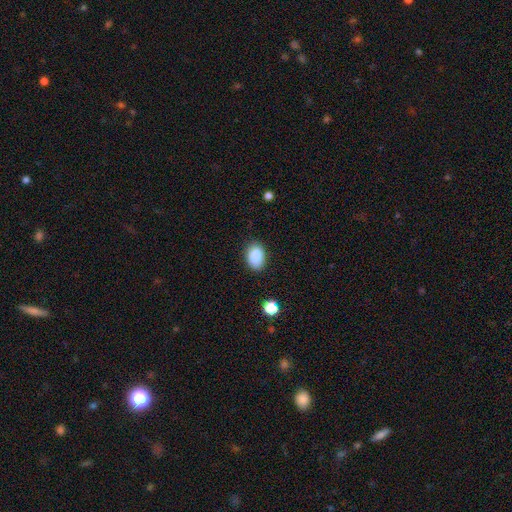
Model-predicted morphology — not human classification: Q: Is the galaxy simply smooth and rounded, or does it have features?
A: smooth — 87%.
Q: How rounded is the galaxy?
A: in between — 83%.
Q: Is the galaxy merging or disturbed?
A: none — 82%.